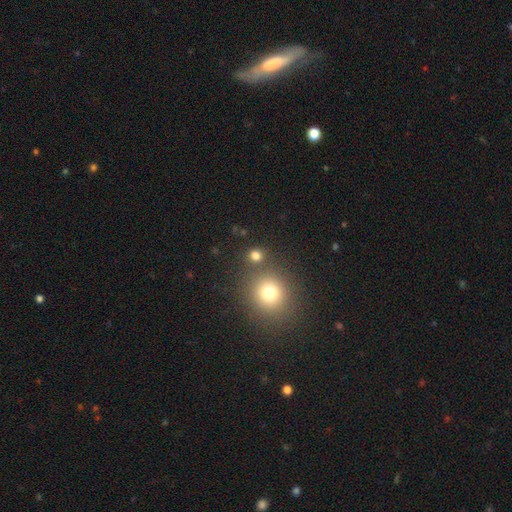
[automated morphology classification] smooth_or_featured: smooth (p=0.77) [alt: star or artifact p=0.17]
how_rounded: round (p=0.86) [alt: in between p=0.13]
merging: none (p=0.76) [alt: merger p=0.14]